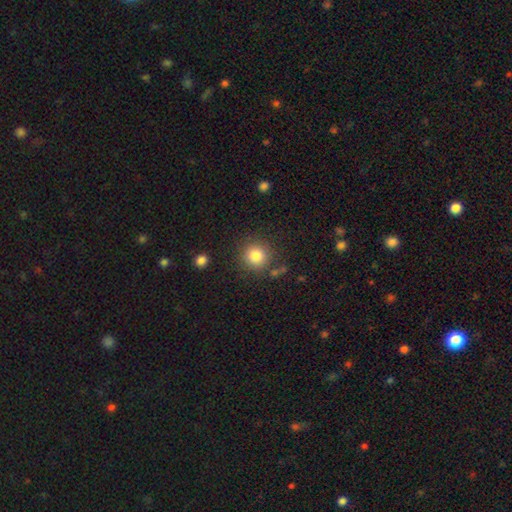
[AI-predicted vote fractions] Smooth or featured? smooth (82%)
How rounded? round (93%)
Merging? none (84%)